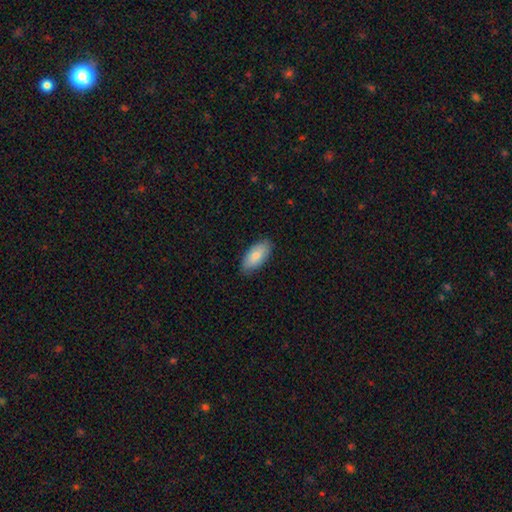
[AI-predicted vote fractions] This appears to be a smooth galaxy with no disk features (81%) that is in between round and cigar-shaped (91%). Merging: none (83%).